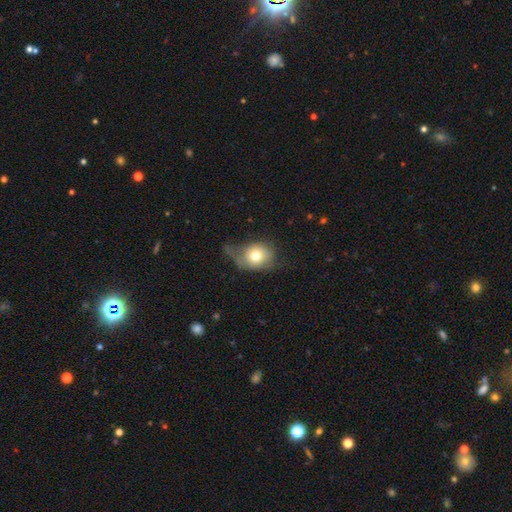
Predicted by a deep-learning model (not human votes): Smooth or featured: smooth — 73% (featured or disk — 18%)
How rounded: round — 57% (in between — 42%)
Merging: minor disturbance — 36% (none — 30%)